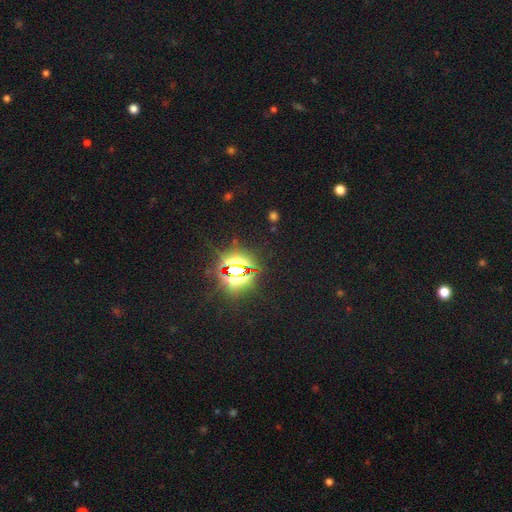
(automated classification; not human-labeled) Smooth or featured? star or artifact (83%)